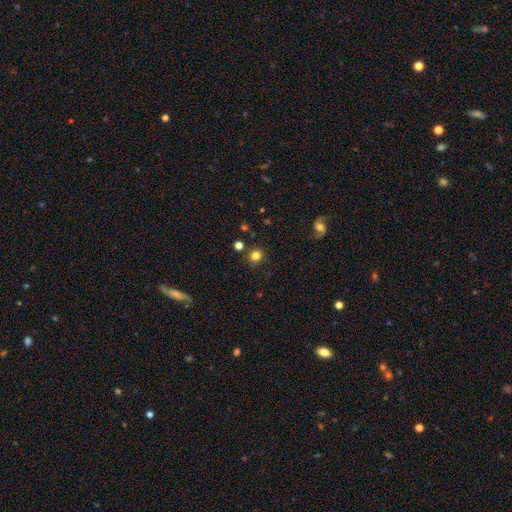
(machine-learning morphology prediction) Smooth or featured: smooth — 81% (star or artifact — 13%)
How rounded: round — 90% (in between — 9%)
Merging: none — 88% (minor disturbance — 7%)